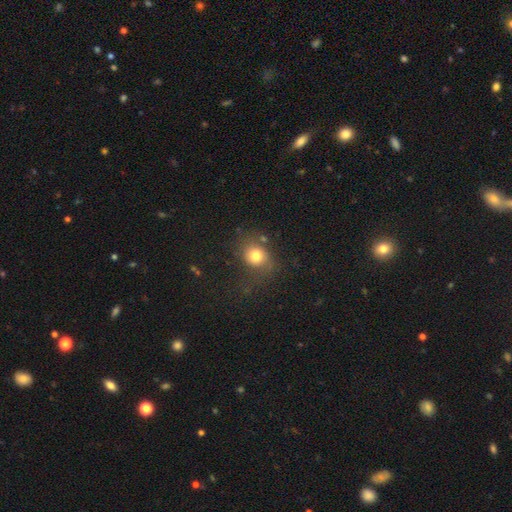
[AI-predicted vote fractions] A smooth galaxy with no disk features (78%) that is round (69%). Merging: none (63%).